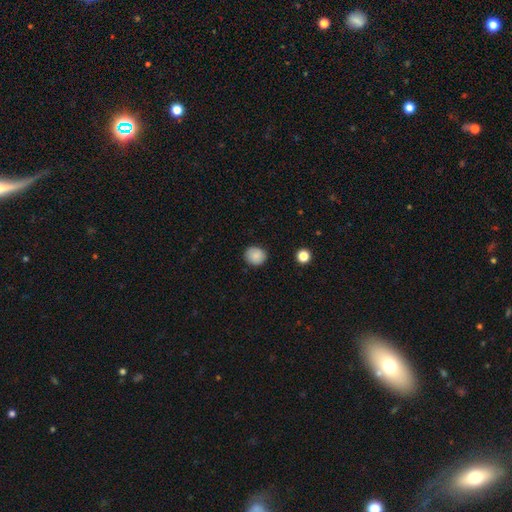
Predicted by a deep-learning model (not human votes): Smooth or featured? smooth (87%)
How rounded? round (84%)
Merging? none (87%)